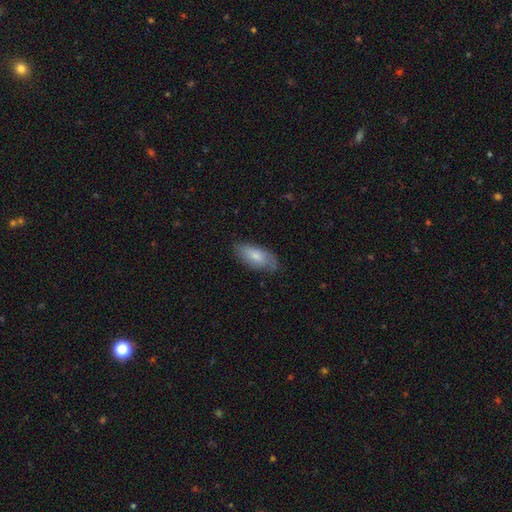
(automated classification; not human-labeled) Morphology: type=smooth (75%); roundness=in between (83%); merging=none (74%).